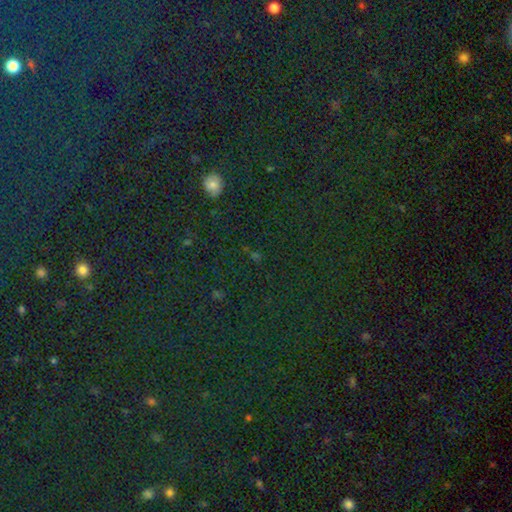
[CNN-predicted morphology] A star or artifact, not a galaxy (58%).